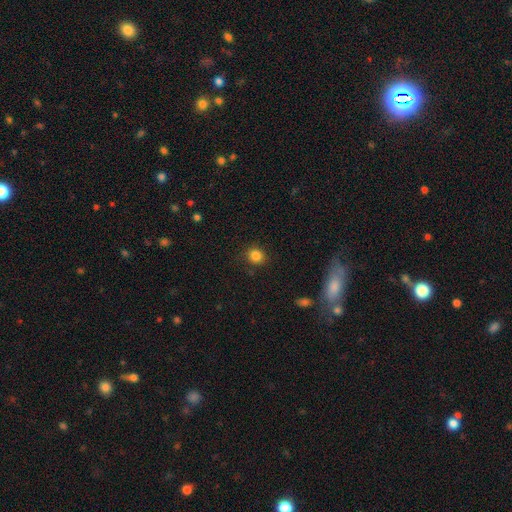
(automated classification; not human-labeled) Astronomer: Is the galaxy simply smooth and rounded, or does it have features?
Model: smooth — 84%.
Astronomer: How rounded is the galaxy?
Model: round — 84%.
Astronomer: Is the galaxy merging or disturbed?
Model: none — 88%.